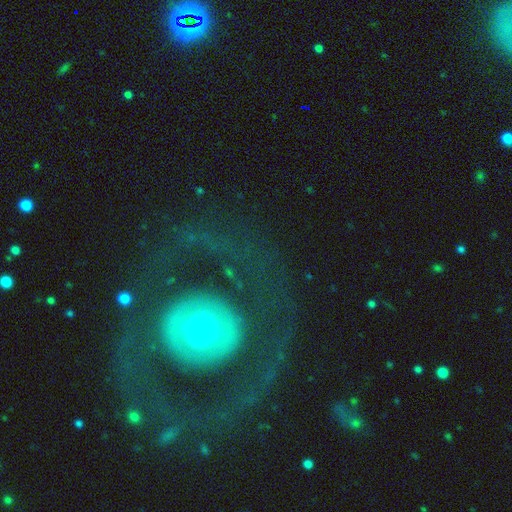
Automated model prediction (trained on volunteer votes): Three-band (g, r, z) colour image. It shows a featured or disk galaxy (65%) with no bar (73%), no spiral arms (68%) and a moderate central bulge (58%). Merging: none (76%).